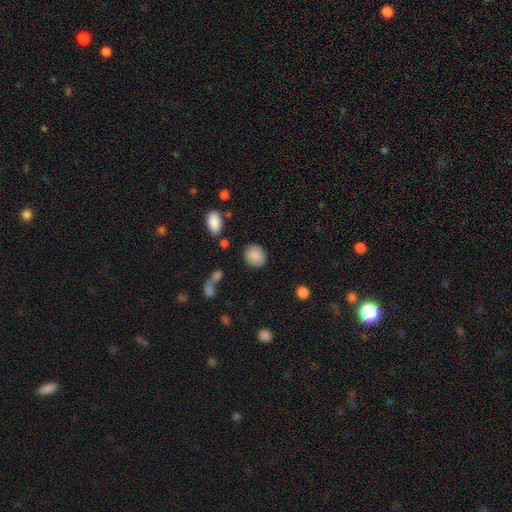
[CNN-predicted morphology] This appears to be a smooth galaxy with no disk features (86%) that is round (71%). Merging: none (86%).